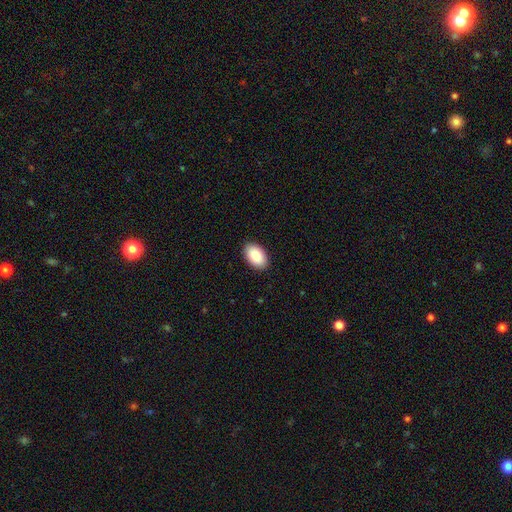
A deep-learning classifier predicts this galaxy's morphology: The model was most divided on "merging": none: 90%, minor disturbance: 7%, major disturbance: 2%, merger: 1%. More confident: how rounded — in between (94%); smooth or featured — smooth (89%).